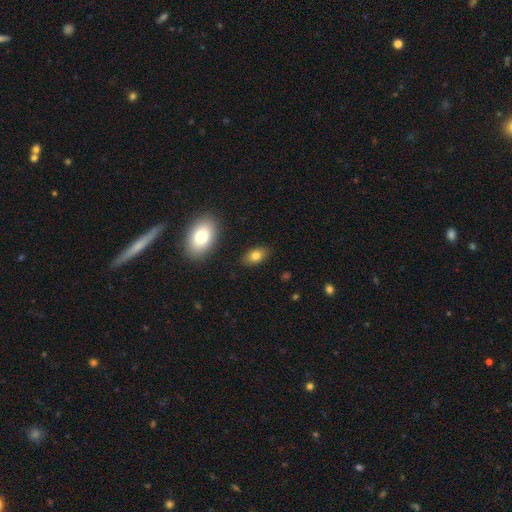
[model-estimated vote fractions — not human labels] Smooth or featured?
  - smooth: 76% *
  - featured or disk: 14%
  - star or artifact: 9%
How rounded?
  - in between: 89% *
  - round: 8%
  - cigar-shaped: 3%
Merging?
  - none: 85% *
  - minor disturbance: 10%
  - major disturbance: 3%
  - merger: 2%